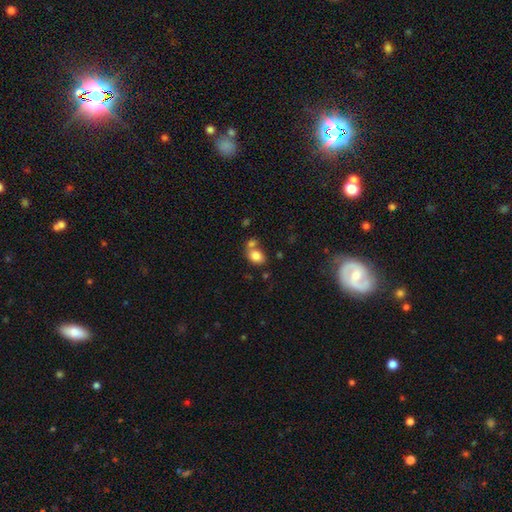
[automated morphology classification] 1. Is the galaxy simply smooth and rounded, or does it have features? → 82% smooth, 9% featured or disk, 9% star or artifact.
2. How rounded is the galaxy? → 70% in between, 29% round, 1% cigar-shaped.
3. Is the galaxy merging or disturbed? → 45% none, 39% merger, 12% minor disturbance, 4% major disturbance.